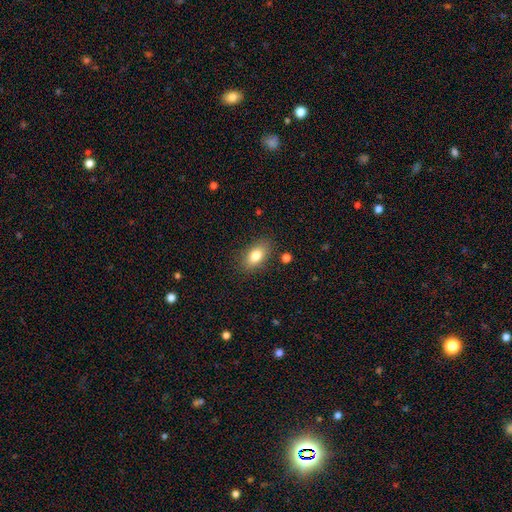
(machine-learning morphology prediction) smooth 81%, featured or disk 11%, star or artifact 8%. Down the decision tree: how rounded — in between (88%); merging — none (84%).